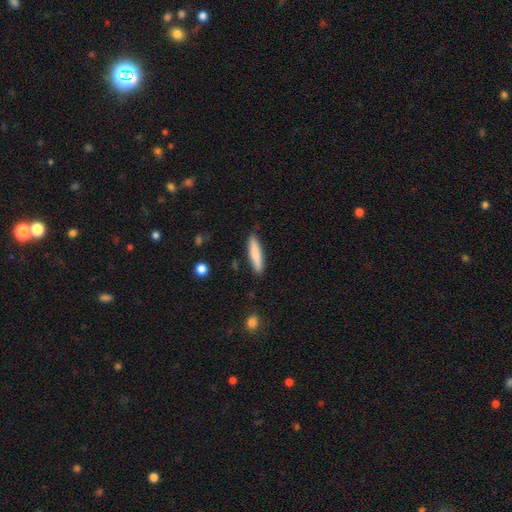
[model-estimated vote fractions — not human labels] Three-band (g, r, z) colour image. It shows a smooth galaxy with no disk features (81%) that is cigar-shaped (87%). Merging: none (87%).